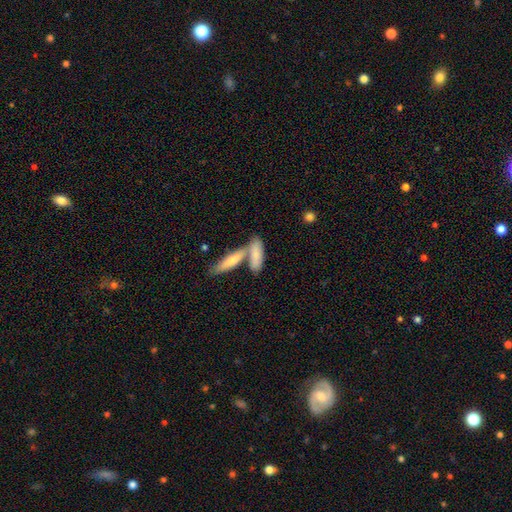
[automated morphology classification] Overall: smooth (77%). How rounded: cigar-shaped (49%, tied with in between). Merging: merger (47%; none 40%).